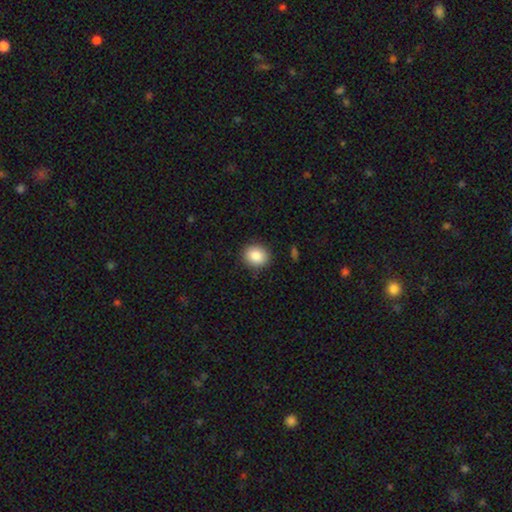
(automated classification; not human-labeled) The model was most divided on "how rounded": round: 71%, in between: 28%, cigar-shaped: 1%. More confident: merging — none (89%); smooth or featured — smooth (86%).